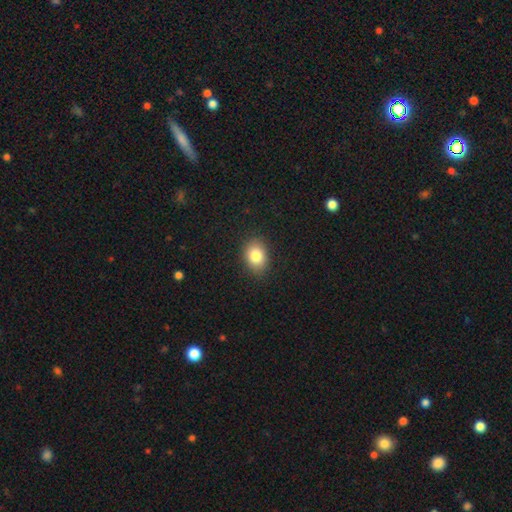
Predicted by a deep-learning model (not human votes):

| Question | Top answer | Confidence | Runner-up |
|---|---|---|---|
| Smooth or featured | smooth | 83% | star or artifact (9%) |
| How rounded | in between | 70% | round (29%) |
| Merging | none | 87% | minor disturbance (10%) |